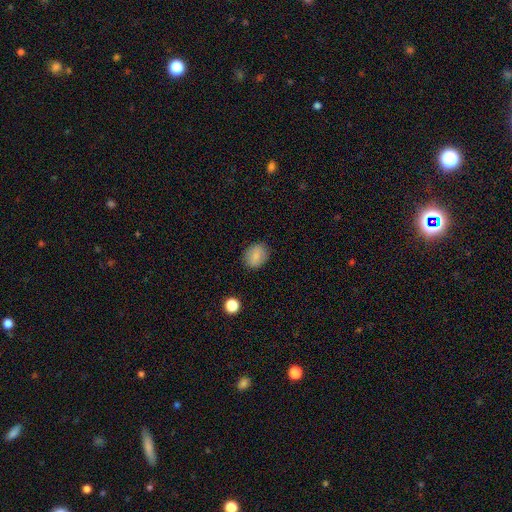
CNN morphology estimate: type=smooth (83%); roundness=in between (51%); merging=none (85%).